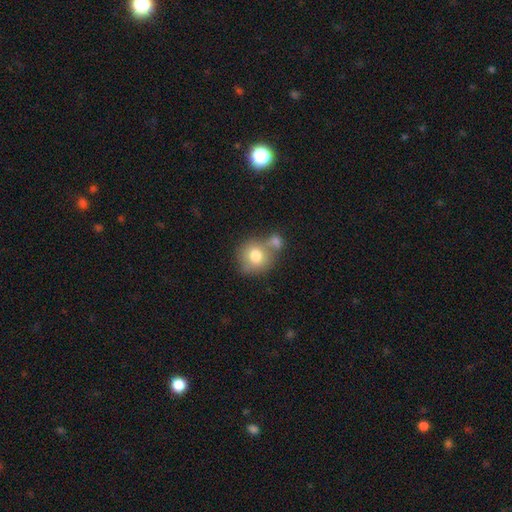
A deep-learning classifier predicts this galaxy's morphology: A smooth galaxy with no disk features (76%) that is round (85%). Merging: none (52%).